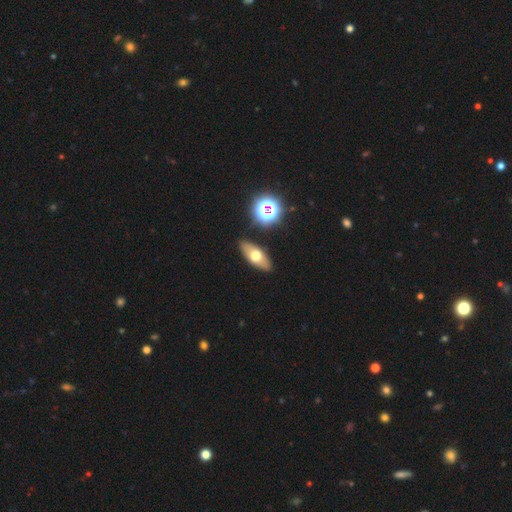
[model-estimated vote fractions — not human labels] Smooth or featured? Predicted: smooth (p=0.58). How rounded? Predicted: in between (p=0.77). Merging? Predicted: none (p=0.87).